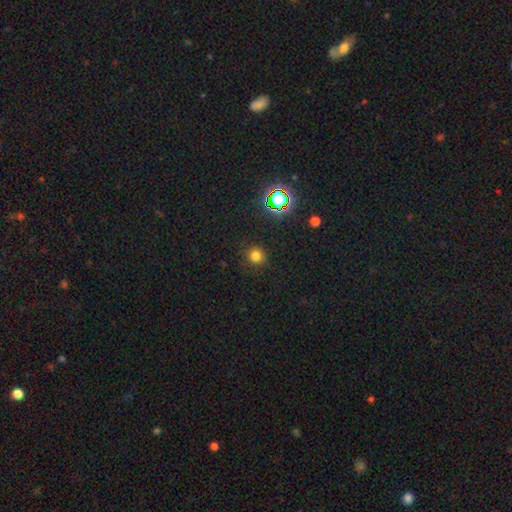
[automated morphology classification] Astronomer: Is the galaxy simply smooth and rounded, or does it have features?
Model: smooth — 75%.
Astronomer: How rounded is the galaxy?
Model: round — 93%.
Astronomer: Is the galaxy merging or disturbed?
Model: none — 88%.